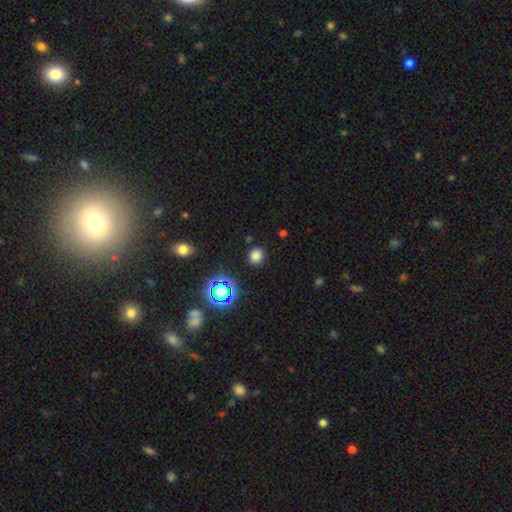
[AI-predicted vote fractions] This is likely a smooth galaxy (76%). How rounded: likely round (76%). Merging: clearly none (88%).